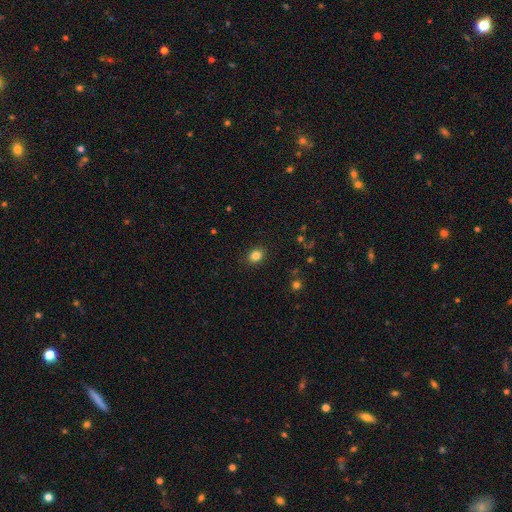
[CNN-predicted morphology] Smooth or featured? Predicted: smooth (p=0.83). How rounded? Predicted: round (p=0.53). Merging? Predicted: none (p=0.89).